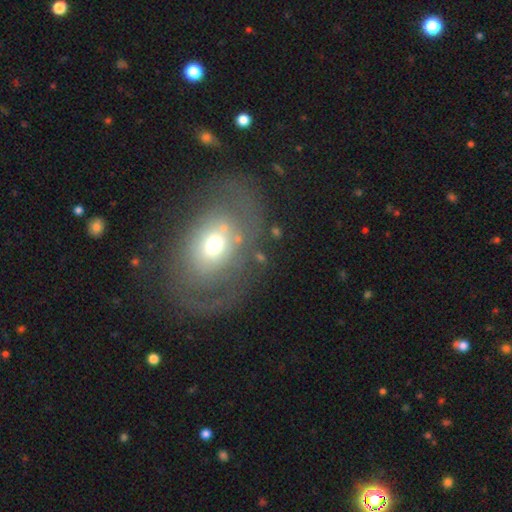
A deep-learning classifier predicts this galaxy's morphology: smooth_or_featured: featured or disk (p=0.57) [alt: smooth p=0.34]
disk_edge_on: no (p=0.93) [alt: yes p=0.07]
bar: no (p=0.75) [alt: weak p=0.20]
has_spiral_arms: yes (p=0.52) [alt: no p=0.48]
bulge_size: moderate (p=0.64) [alt: small p=0.23]
merging: none (p=0.63) [alt: minor disturbance p=0.19]